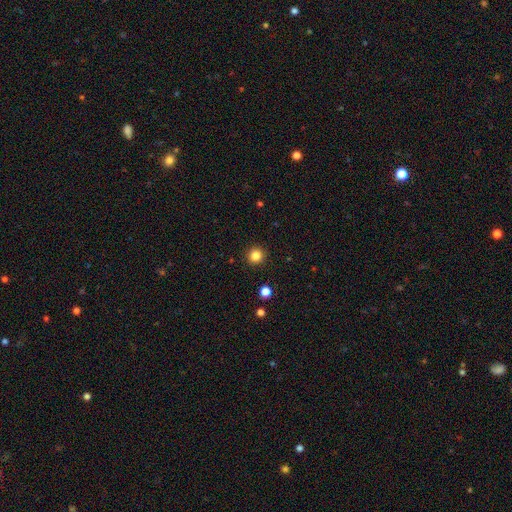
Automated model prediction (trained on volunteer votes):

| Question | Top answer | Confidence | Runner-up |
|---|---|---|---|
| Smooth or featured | smooth | 84% | star or artifact (12%) |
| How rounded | round | 94% | in between (5%) |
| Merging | none | 92% | minor disturbance (5%) |